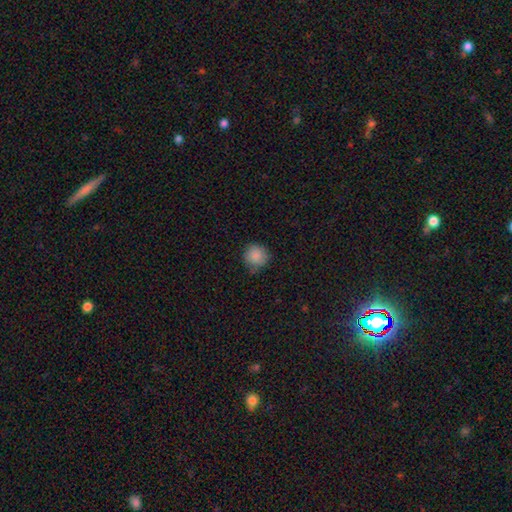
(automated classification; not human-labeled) Morphology: type=smooth (87%); roundness=round (93%); merging=none (79%).